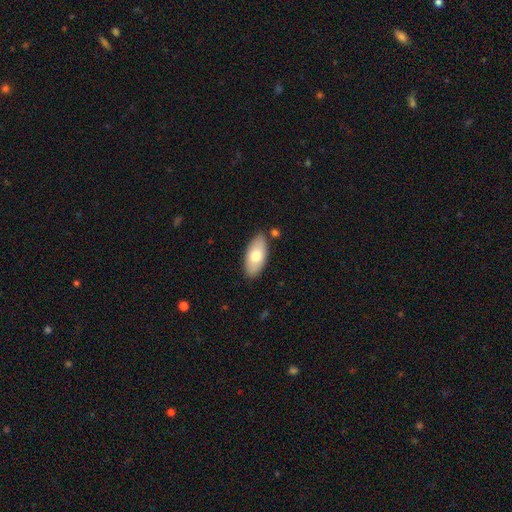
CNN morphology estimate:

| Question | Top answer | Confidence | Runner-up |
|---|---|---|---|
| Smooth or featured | smooth | 71% | featured or disk (23%) |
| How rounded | in between | 92% | cigar-shaped (6%) |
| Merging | none | 83% | minor disturbance (11%) |